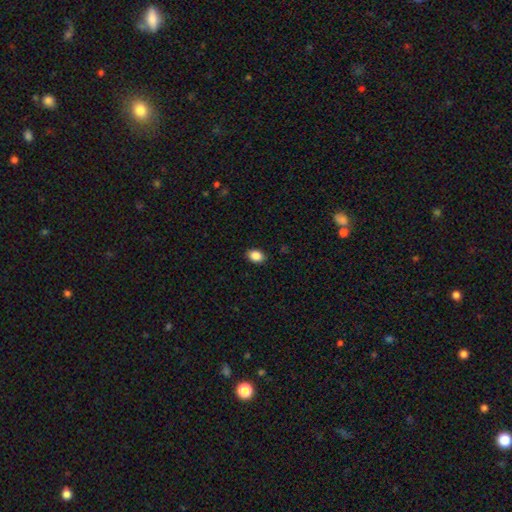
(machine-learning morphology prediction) type=smooth (87%); roundness=in between (77%); merging=none (88%).